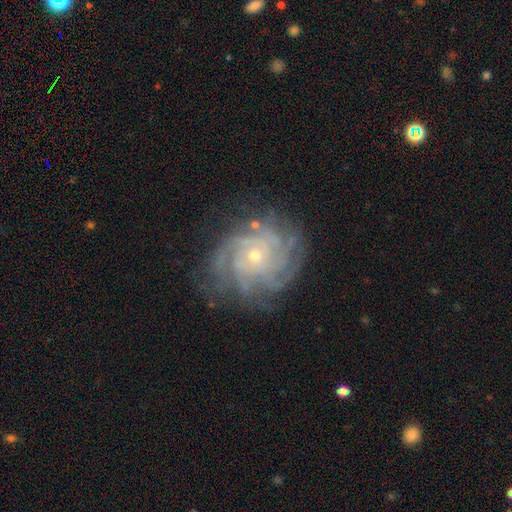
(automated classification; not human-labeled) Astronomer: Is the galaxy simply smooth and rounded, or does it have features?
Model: featured or disk — 85%.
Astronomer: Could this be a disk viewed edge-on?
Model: no — 97%.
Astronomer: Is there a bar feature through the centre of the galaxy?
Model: no — 80%.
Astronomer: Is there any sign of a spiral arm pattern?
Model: yes — 96%.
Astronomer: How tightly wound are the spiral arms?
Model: tight — 71%.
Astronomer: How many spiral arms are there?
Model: can't tell — 30% (runner-up: more than 4, 24%).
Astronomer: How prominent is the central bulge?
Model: small — 70%.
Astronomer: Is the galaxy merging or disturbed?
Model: none — 75%.